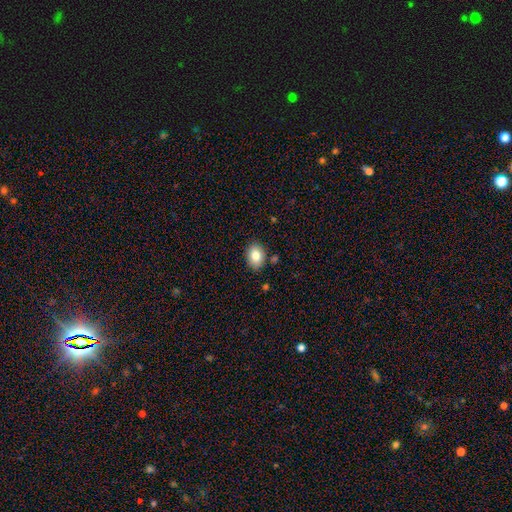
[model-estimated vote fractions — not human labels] This appears to be a smooth galaxy with no disk features (82%) that is in between round and cigar-shaped (72%). Merging: none (84%).